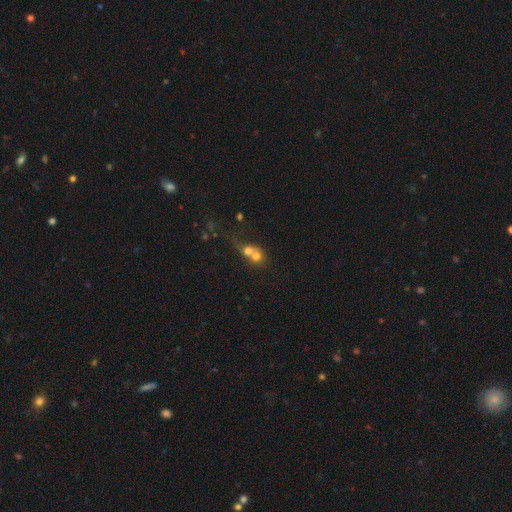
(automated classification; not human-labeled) Q: Smooth or featured?
A: smooth (66%); runner-up: featured or disk (23%)
Q: How rounded?
A: round (73%); runner-up: in between (25%)
Q: Merging?
A: merger (73%); runner-up: none (18%)